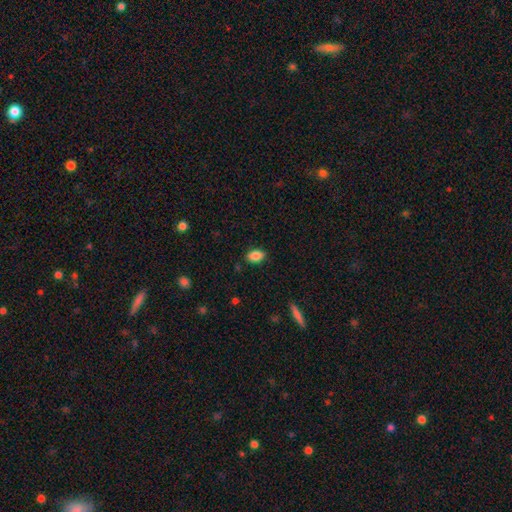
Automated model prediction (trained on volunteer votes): Smooth or featured? smooth (86%)
How rounded? in between (87%)
Merging? none (86%)